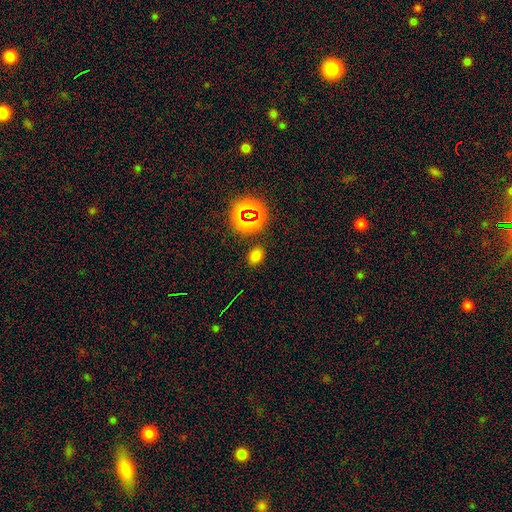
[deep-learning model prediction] smooth-or-featured: smooth: 68% | star or artifact: 26% | featured or disk: 6%
  how-rounded: in between: 70% | round: 29% | cigar-shaped: 1%
  merging: none: 84% | minor disturbance: 10% | major disturbance: 3% | merger: 3%